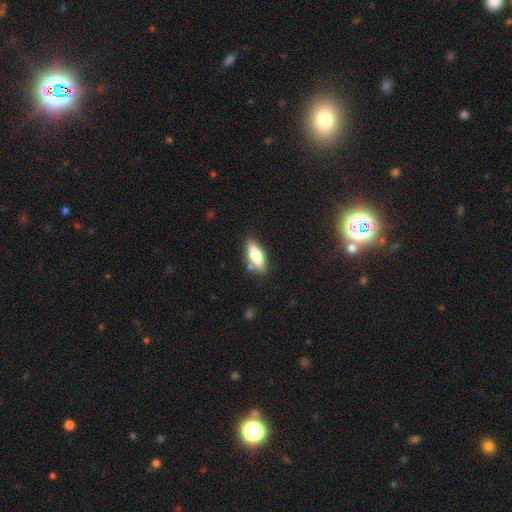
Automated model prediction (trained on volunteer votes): Smooth or featured? Predicted: smooth (p=0.71). How rounded? Predicted: in between (p=0.65). Merging? Predicted: none (p=0.80).